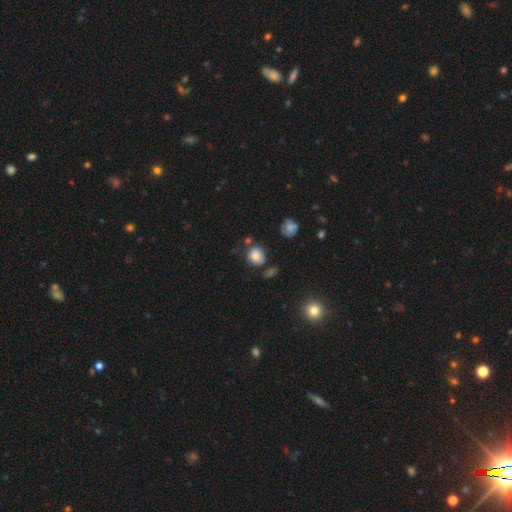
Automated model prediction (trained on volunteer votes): Smooth or featured: smooth — 82% (star or artifact — 11%)
How rounded: round — 79% (in between — 20%)
Merging: none — 73% (minor disturbance — 16%)